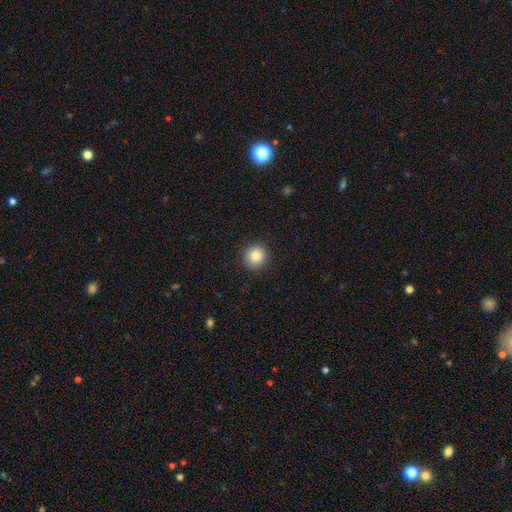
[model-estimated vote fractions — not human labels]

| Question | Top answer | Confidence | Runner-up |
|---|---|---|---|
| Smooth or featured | smooth | 84% | star or artifact (10%) |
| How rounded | round | 88% | in between (11%) |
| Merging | none | 90% | minor disturbance (7%) |